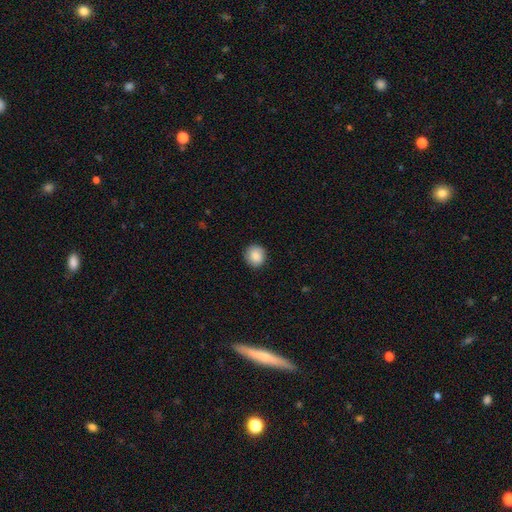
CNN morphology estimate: The model was most divided on "how rounded": round: 88%, in between: 11%, cigar-shaped: 1%. More confident: merging — none (88%); smooth or featured — smooth (87%).